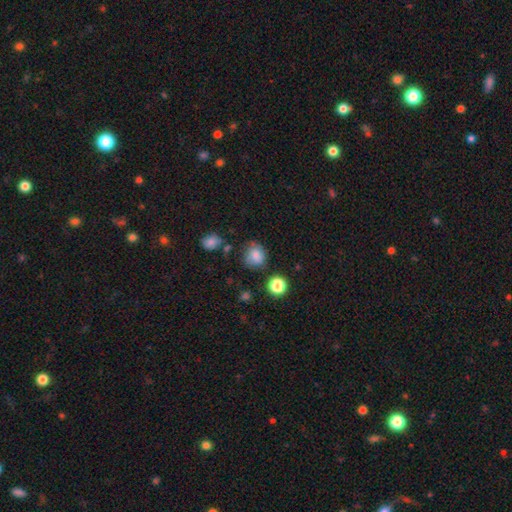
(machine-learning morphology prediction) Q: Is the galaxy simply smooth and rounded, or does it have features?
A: smooth — 79%.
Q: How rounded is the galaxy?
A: round — 76%.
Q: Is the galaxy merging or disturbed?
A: none — 69%.